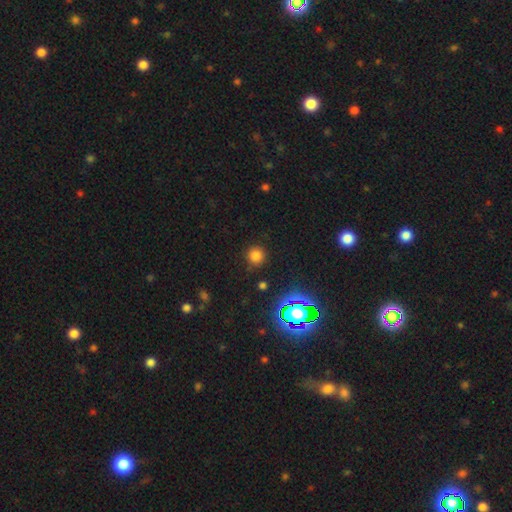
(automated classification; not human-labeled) smooth-or-featured: smooth: 74% | star or artifact: 21% | featured or disk: 6%
  how-rounded: round: 93% | in between: 6% | cigar-shaped: 1%
  merging: none: 87% | minor disturbance: 8% | major disturbance: 3% | merger: 2%